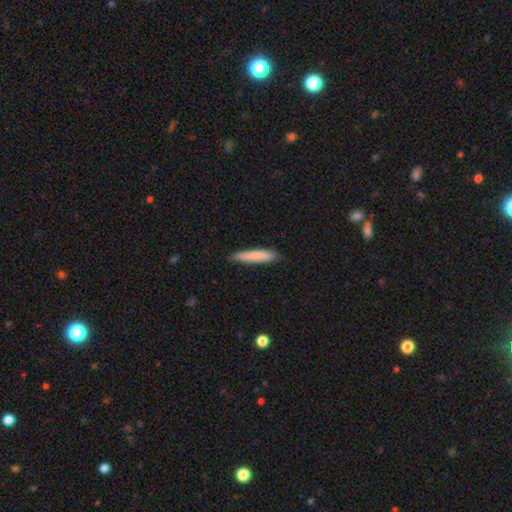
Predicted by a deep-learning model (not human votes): Overall: smooth (82%). How rounded: cigar-shaped (89%). Merging: none (81%).